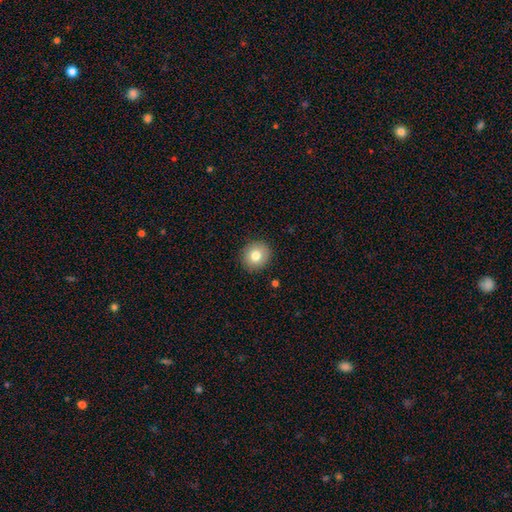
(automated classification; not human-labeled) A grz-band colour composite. It shows a smooth galaxy with no disk features (79%) that is round (88%). Merging: none (90%).